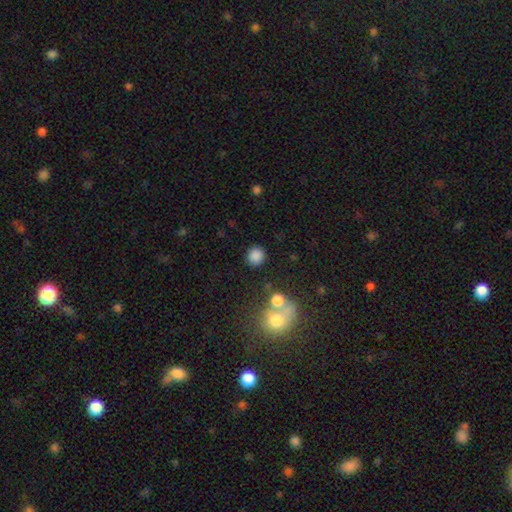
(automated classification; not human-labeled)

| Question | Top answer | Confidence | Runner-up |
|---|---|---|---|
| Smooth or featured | smooth | 83% | star or artifact (12%) |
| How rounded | round | 88% | in between (11%) |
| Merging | none | 83% | minor disturbance (8%) |